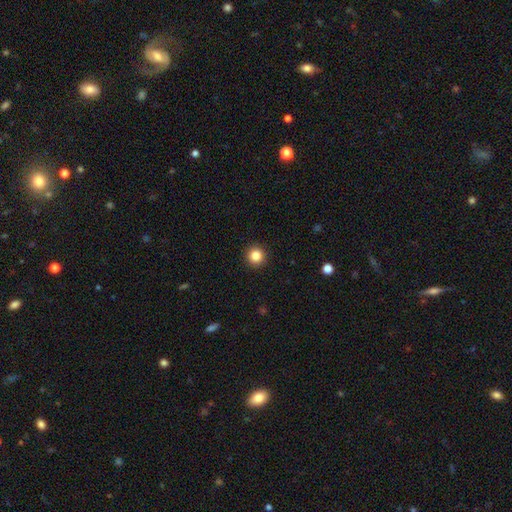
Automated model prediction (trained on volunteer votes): Smooth or featured? smooth (84%)
How rounded? round (95%)
Merging? none (93%)